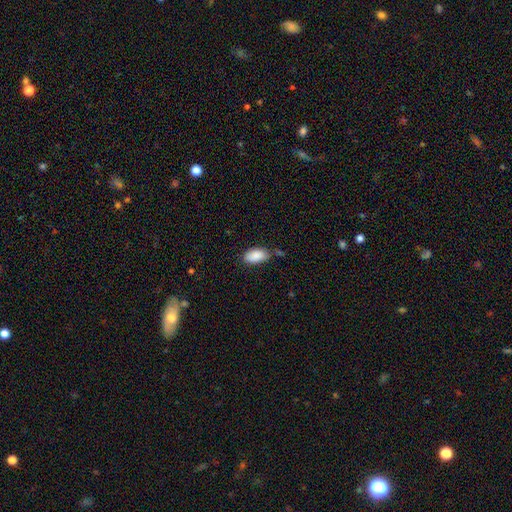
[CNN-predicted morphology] Q: Smooth or featured?
A: smooth (88%); runner-up: star or artifact (7%)
Q: How rounded?
A: in between (94%); runner-up: cigar-shaped (3%)
Q: Merging?
A: none (63%); runner-up: minor disturbance (24%)